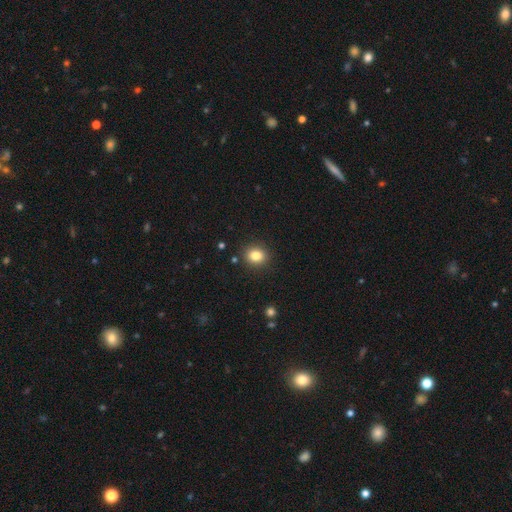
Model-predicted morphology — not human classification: This is clearly a smooth galaxy (83%). How rounded: likely round (71%). Merging: clearly none (89%).